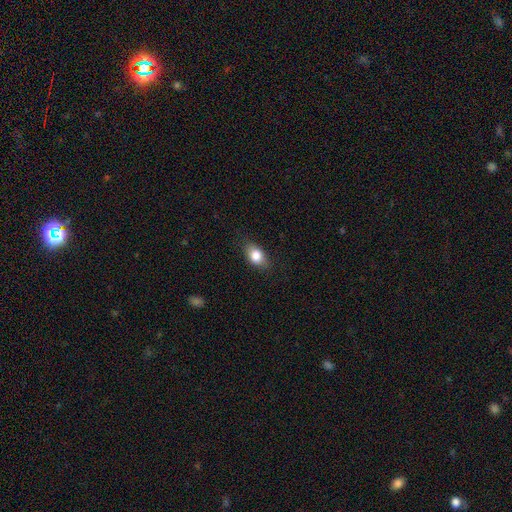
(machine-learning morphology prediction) Smooth or featured?
  - smooth: 82% *
  - featured or disk: 10%
  - star or artifact: 8%
How rounded?
  - in between: 80% *
  - round: 17%
  - cigar-shaped: 3%
Merging?
  - none: 81% *
  - minor disturbance: 15%
  - major disturbance: 3%
  - merger: 1%